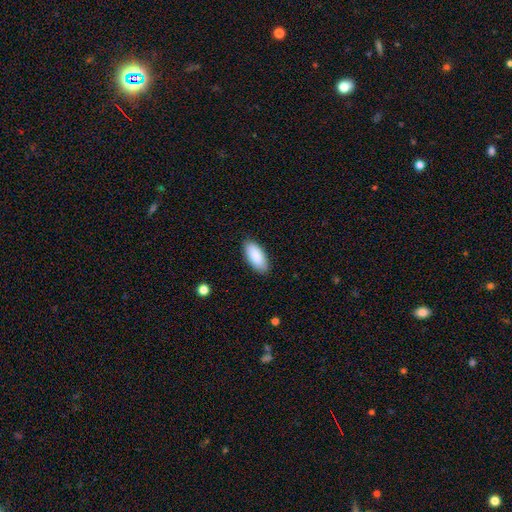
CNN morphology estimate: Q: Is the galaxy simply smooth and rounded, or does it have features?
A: smooth — 90%.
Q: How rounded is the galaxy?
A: in between — 90%.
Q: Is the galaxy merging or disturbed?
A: none — 88%.